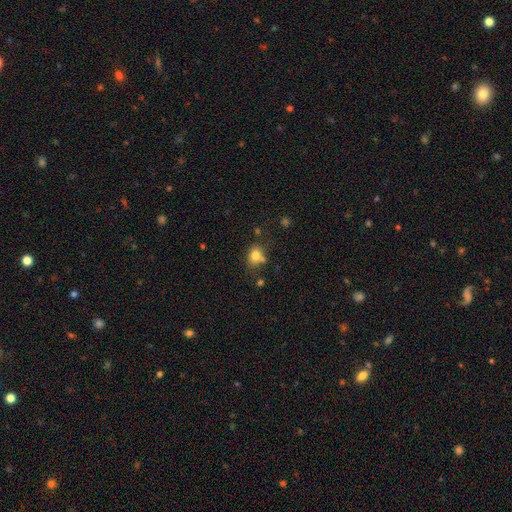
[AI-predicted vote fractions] This is likely a smooth galaxy (79%). How rounded: possibly round (53%). Merging: likely none (60%).